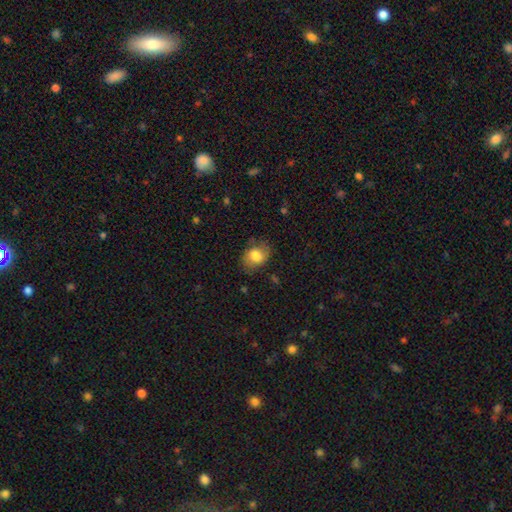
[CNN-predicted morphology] A smooth galaxy with no disk features (72%) that is in between round and cigar-shaped (62%).

Vote fractions:
- Smooth or featured? smooth: 72% / featured or disk: 21% / star or artifact: 8%
- How rounded? in between: 62% / round: 37% / cigar-shaped: 1%
- Merging? none: 70% / minor disturbance: 21% / major disturbance: 7% / merger: 1%